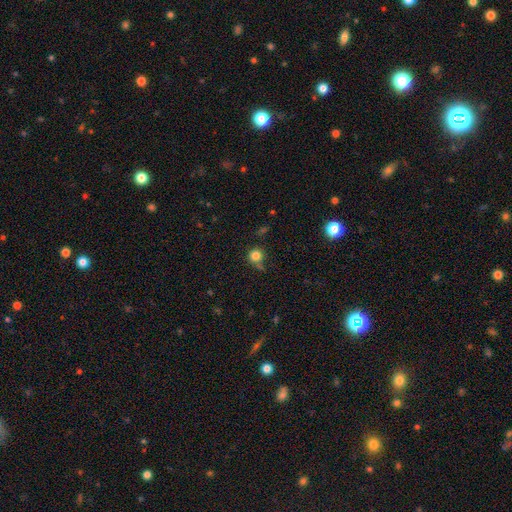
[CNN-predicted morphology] smooth-or-featured: smooth: 81% | star or artifact: 13% | featured or disk: 6%
  how-rounded: round: 93% | in between: 6% | cigar-shaped: 1%
  merging: none: 71% | minor disturbance: 15% | merger: 9% | major disturbance: 5%